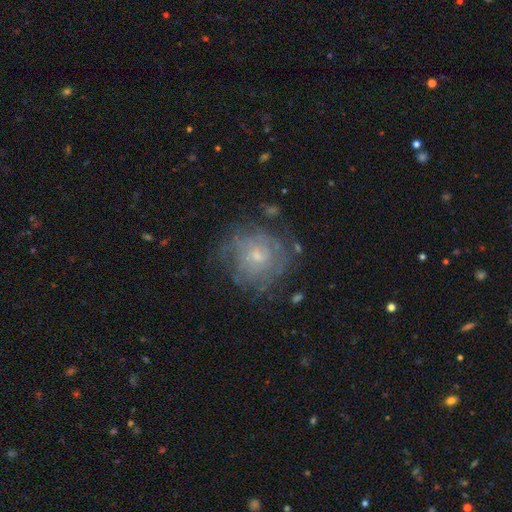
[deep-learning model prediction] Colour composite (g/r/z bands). It shows a featured or disk galaxy (58%) with no bar (81%), spiral arms (77%) and a small central bulge (60%). Merging: none (73%).